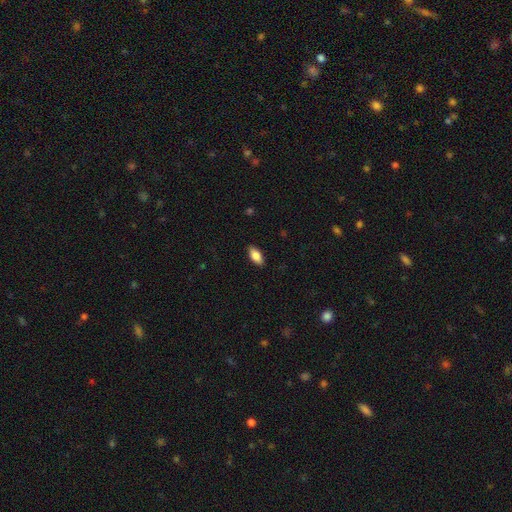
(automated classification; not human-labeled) This appears to be a smooth galaxy with no disk features (83%) that is in between round and cigar-shaped (89%). Merging: none (88%).